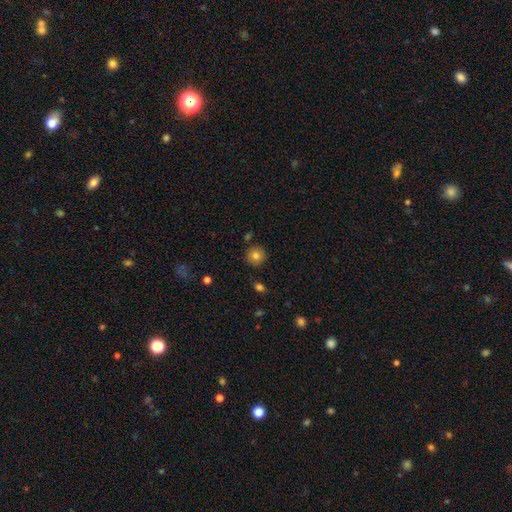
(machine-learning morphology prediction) Smooth or featured: smooth — 81% (star or artifact — 10%)
How rounded: round — 94% (in between — 5%)
Merging: none — 87% (minor disturbance — 8%)